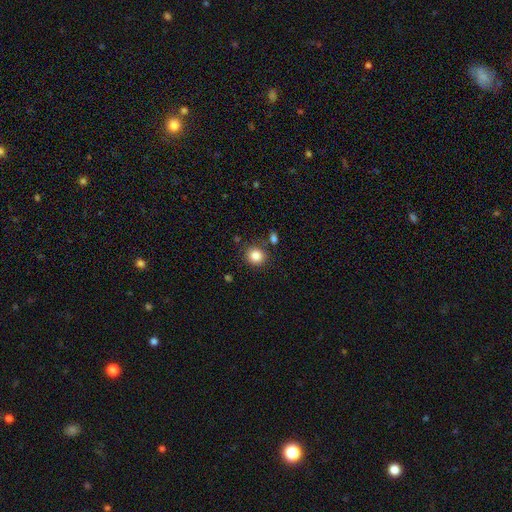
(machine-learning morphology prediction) type=smooth (85%); roundness=round (85%); merging=none (82%).